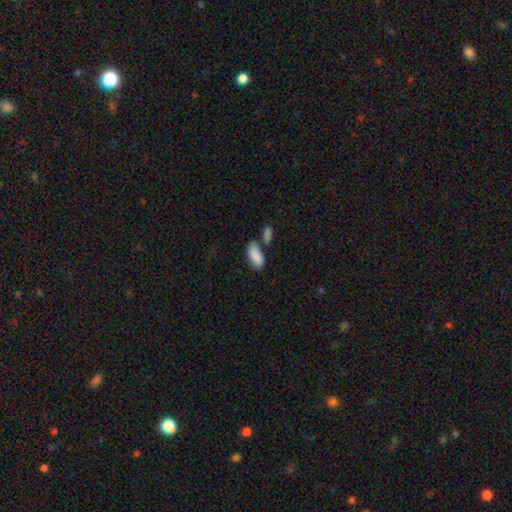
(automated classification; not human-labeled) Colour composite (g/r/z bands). It shows a smooth galaxy with no disk features (87%) that is in between round and cigar-shaped (90%). Merging: none (49%).